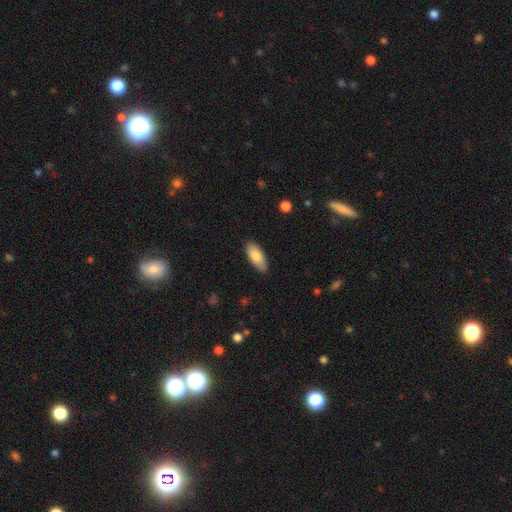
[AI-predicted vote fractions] Smooth or featured?
  - smooth: 82% *
  - featured or disk: 12%
  - star or artifact: 6%
How rounded?
  - in between: 81% *
  - cigar-shaped: 17%
  - round: 2%
Merging?
  - none: 86% *
  - minor disturbance: 11%
  - major disturbance: 2%
  - merger: 1%